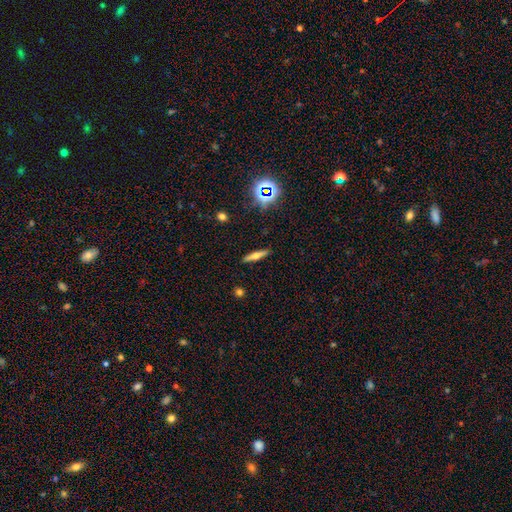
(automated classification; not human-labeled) A featured or disk galaxy (49%).

Vote fractions:
- Smooth or featured? featured or disk: 49% / smooth: 38% / star or artifact: 13%
- Merging? none: 90% / minor disturbance: 7% / major disturbance: 2% / merger: 1%